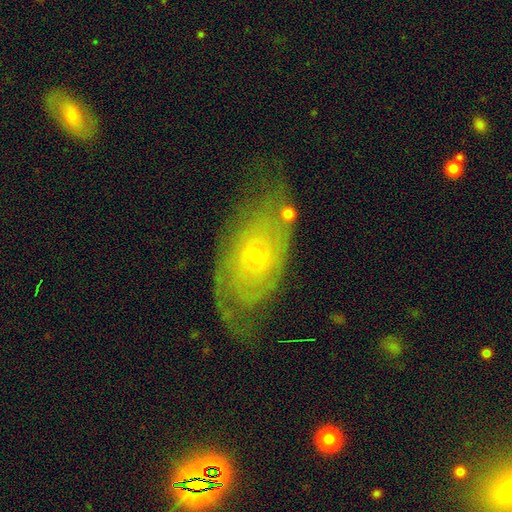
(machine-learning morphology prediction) type=featured or disk (78%); edge-on=no (94%); bar=no (65%); spiral arms=yes (90%); winding=tight (56%); arm count=2 (43%); bulge=small (78%); merging=none (67%).